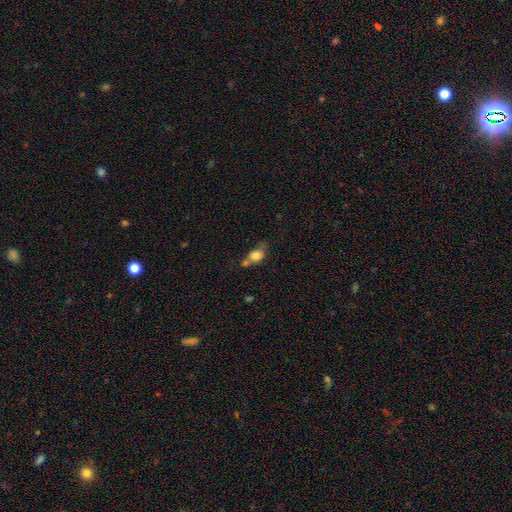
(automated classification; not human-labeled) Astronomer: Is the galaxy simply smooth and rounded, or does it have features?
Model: smooth — 76%.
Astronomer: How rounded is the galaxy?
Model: in between — 54% (runner-up: round, 43%).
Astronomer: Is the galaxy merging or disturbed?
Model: merger — 43% (runner-up: none, 29%).